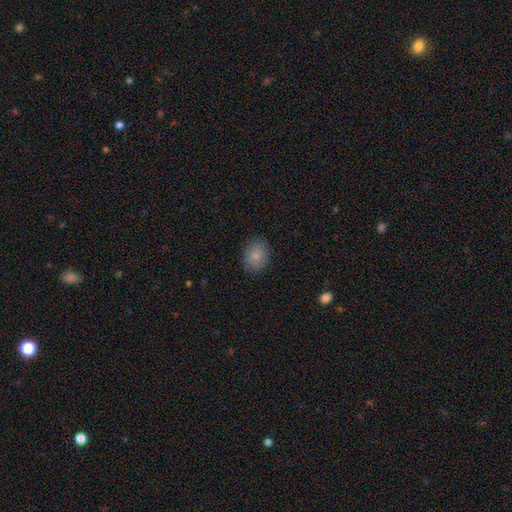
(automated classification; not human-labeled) Q: Smooth or featured?
A: smooth (83%); runner-up: featured or disk (9%)
Q: How rounded?
A: in between (52%); runner-up: round (47%)
Q: Merging?
A: none (85%); runner-up: minor disturbance (11%)